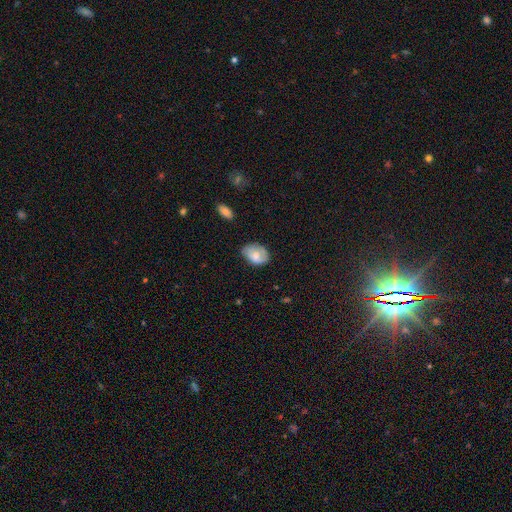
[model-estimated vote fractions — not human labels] This appears to be a smooth galaxy with no disk features (69%) that is in between round and cigar-shaped (79%). Merging: none (58%).